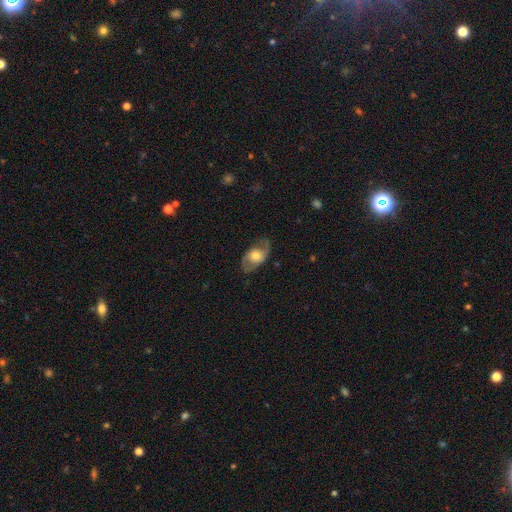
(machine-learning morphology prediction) featured or disk 60%, smooth 33%, star or artifact 7%. Down the decision tree: edge-on disk — no (92%); bar — no (67%); spiral arms — yes (77%); bulge size — moderate (55%); merging — none (75%).